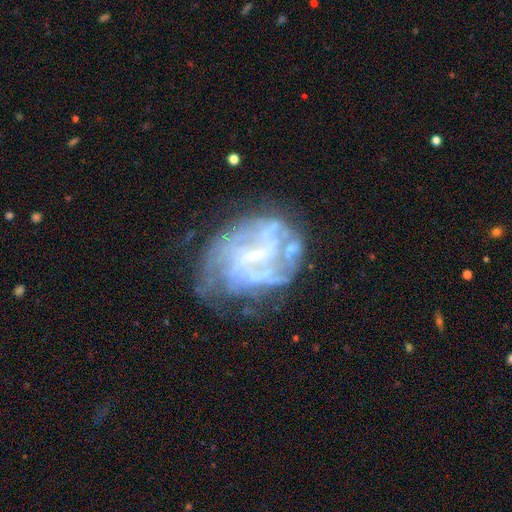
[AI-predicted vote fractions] A featured or disk galaxy (80%) with a weak bar (46%), tight (42%) spiral arms (75%) and a small central bulge (70%).

Vote fractions:
- Smooth or featured? featured or disk: 80% / smooth: 11% / star or artifact: 9%
- Edge-on disk? no: 97% / yes: 3%
- Bar? weak: 46% / no: 37% / strong: 17%
- Spiral arms? yes: 75% / no: 25%
- Spiral winding? tight: 42% / medium: 37% / loose: 21%
- Spiral arm count? can't tell: 46% / 2: 16% / 3: 13% / 4: 13% / more than 4: 7% / 1: 5%
- Bulge size? small: 70% / none: 15% / moderate: 13% / large: 1% / dominant: 1%
- Merging? none: 52% / minor disturbance: 23% / major disturbance: 20% / merger: 5%